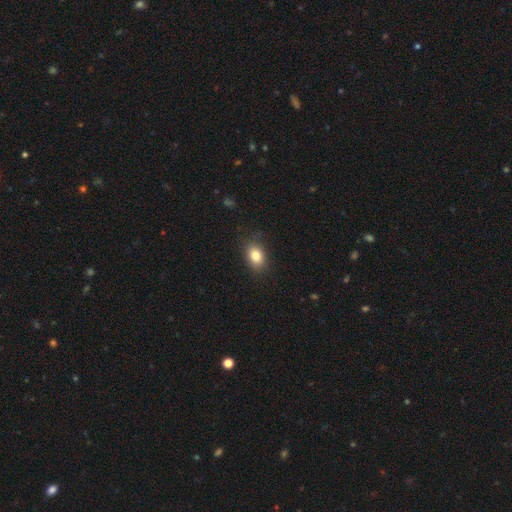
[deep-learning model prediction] Smooth or featured?
  - smooth: 83% *
  - star or artifact: 10%
  - featured or disk: 7%
How rounded?
  - in between: 74% *
  - round: 25%
  - cigar-shaped: 1%
Merging?
  - none: 84% *
  - minor disturbance: 12%
  - major disturbance: 3%
  - merger: 1%